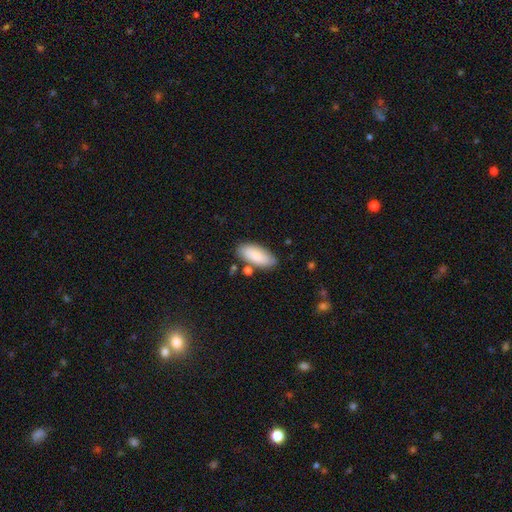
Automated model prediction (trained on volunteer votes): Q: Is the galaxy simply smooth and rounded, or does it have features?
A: smooth — 84%.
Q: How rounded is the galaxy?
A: in between — 87%.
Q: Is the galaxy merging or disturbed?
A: none — 77%.